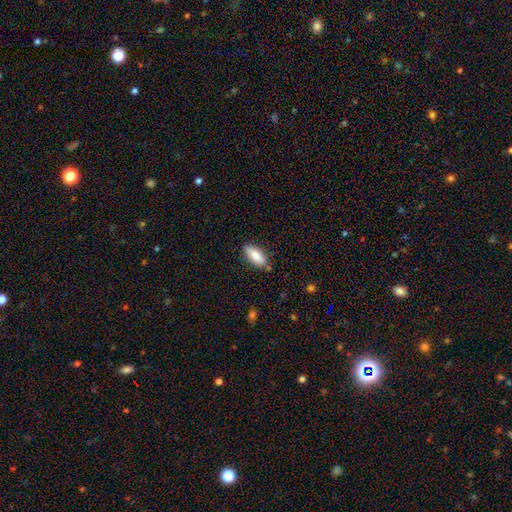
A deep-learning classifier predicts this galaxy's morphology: The model was most divided on "how rounded": in between: 78%, cigar-shaped: 20%, round: 2%. More confident: smooth or featured — smooth (83%); merging — none (81%).